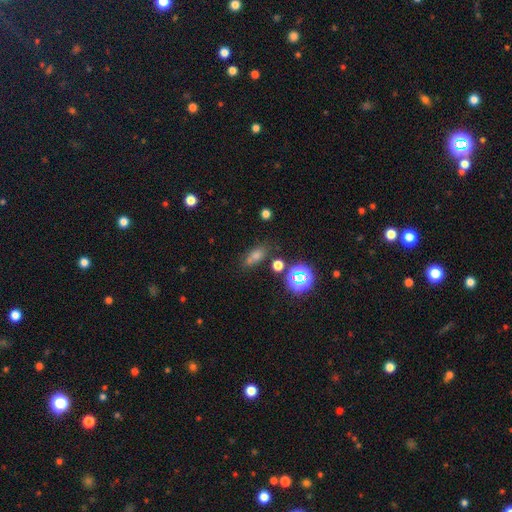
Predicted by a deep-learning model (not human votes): Q: Smooth or featured?
A: smooth (57%); runner-up: star or artifact (31%)
Q: How rounded?
A: in between (65%); runner-up: round (23%)
Q: Merging?
A: none (66%); runner-up: minor disturbance (16%)